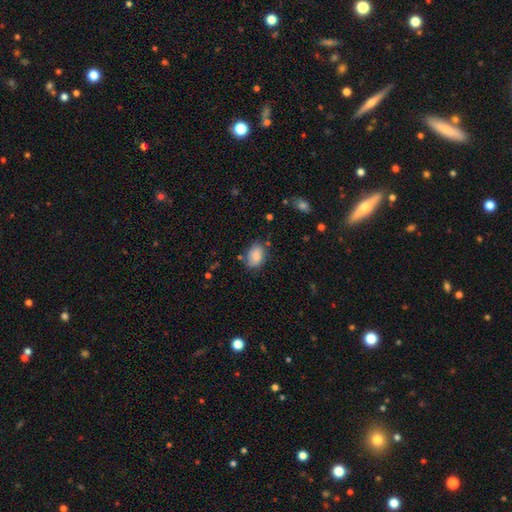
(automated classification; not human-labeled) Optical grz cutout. It shows a smooth galaxy with no disk features (82%) that is in between round and cigar-shaped (79%). Merging: none (68%).